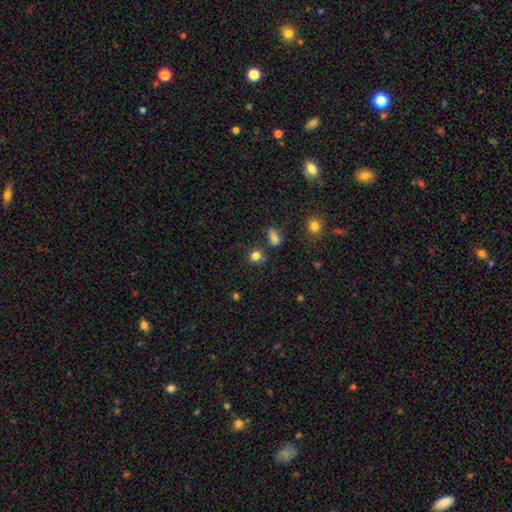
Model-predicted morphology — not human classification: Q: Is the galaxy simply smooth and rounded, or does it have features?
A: smooth — 80%.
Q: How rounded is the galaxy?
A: round — 72%.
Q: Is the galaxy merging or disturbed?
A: none — 71%.